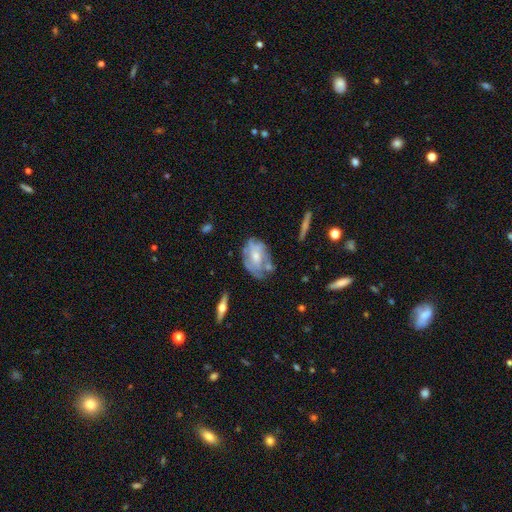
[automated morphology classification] Smooth or featured? Predicted: featured or disk (p=0.59). Edge-on disk? Predicted: no (p=0.92). Bar? Predicted: no (p=0.72). Spiral arms? Predicted: no (p=0.57). Bulge size? Predicted: moderate (p=0.54). Merging? Predicted: none (p=0.49).